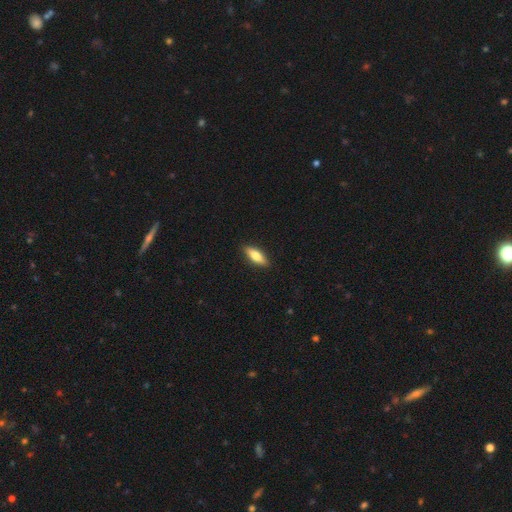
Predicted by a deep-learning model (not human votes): The model was most divided on "how rounded": in between: 60%, cigar-shaped: 38%, round: 2%. More confident: merging — none (89%); smooth or featured — smooth (72%).